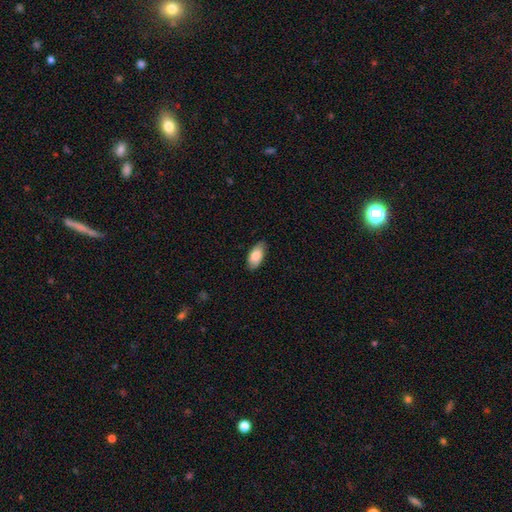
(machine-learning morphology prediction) Smooth or featured? smooth (85%)
How rounded? in between (92%)
Merging? none (81%)